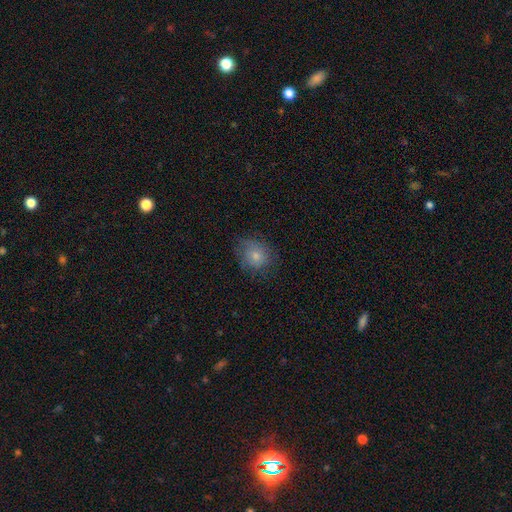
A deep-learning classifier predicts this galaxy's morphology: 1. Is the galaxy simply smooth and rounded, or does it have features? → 73% smooth, 17% featured or disk, 9% star or artifact.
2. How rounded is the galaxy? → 72% round, 28% in between, 1% cigar-shaped.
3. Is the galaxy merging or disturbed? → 65% none, 24% minor disturbance, 10% major disturbance, 1% merger.